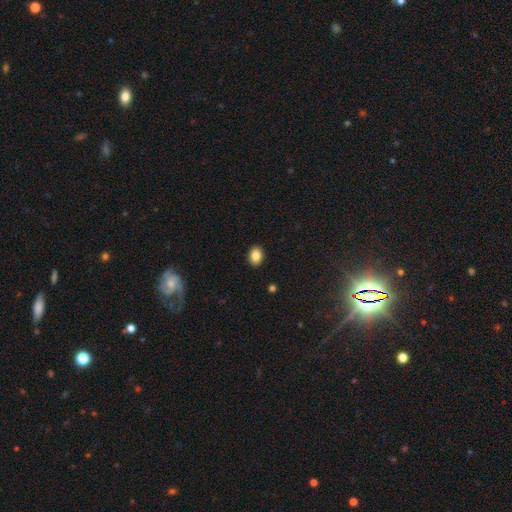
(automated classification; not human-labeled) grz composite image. It shows a smooth galaxy with no disk features (85%) that is in between round and cigar-shaped (75%). Merging: none (90%).